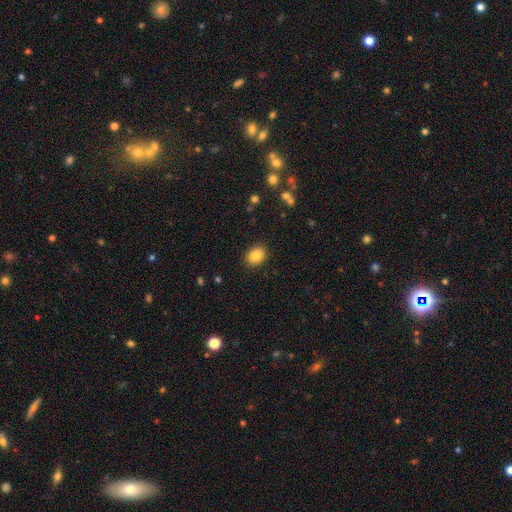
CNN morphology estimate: smooth-or-featured: smooth: 85% | star or artifact: 9% | featured or disk: 6%
  how-rounded: in between: 54% | round: 45% | cigar-shaped: 1%
  merging: none: 89% | minor disturbance: 8% | major disturbance: 2% | merger: 1%